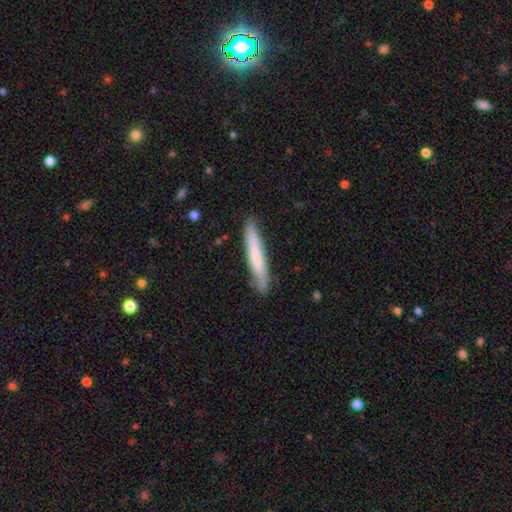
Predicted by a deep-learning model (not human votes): Morphology: type=smooth (66%); roundness=cigar-shaped (94%); merging=none (84%).